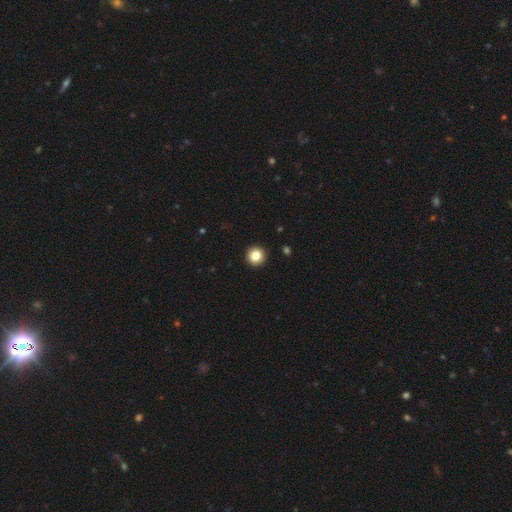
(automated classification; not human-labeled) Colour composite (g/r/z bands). It shows a smooth galaxy with no disk features (84%) that is round (95%). Merging: none (94%).